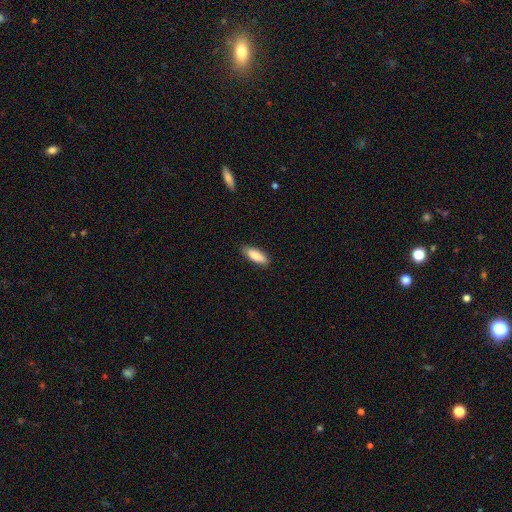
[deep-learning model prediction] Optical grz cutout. It shows a smooth galaxy with no disk features (85%) that is in between round and cigar-shaped (69%). Merging: none (84%).